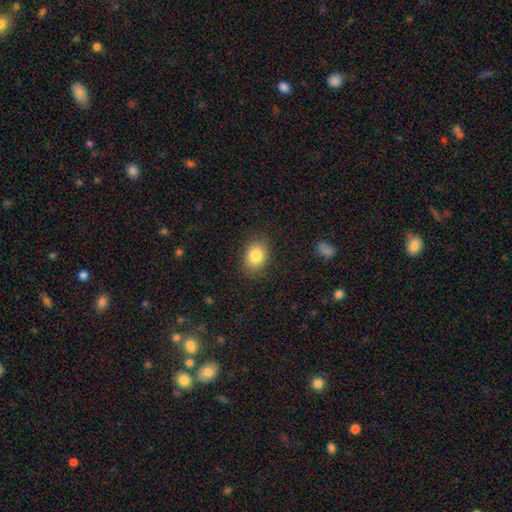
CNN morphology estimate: smooth 83%, star or artifact 9%, featured or disk 8%. Down the decision tree: how rounded — in between (59%); merging — none (86%).